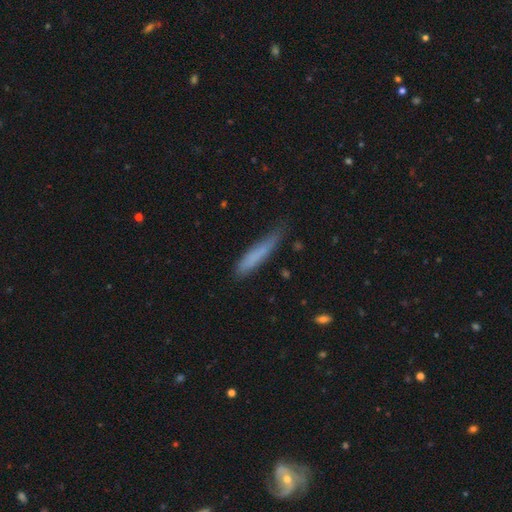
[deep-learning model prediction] Overall: smooth (75%). How rounded: cigar-shaped (91%). Merging: none (68%).